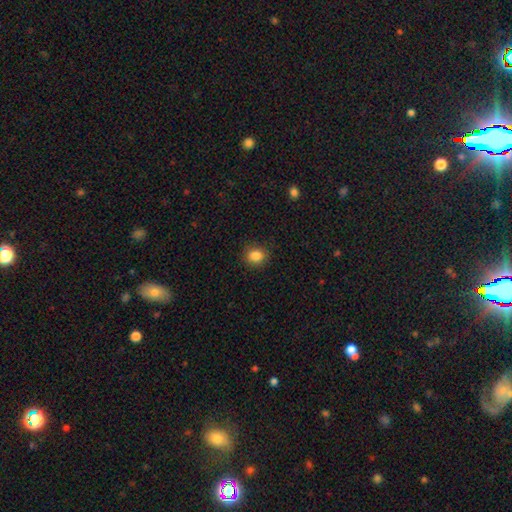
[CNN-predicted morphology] Q: Smooth or featured?
A: smooth (86%); runner-up: star or artifact (10%)
Q: How rounded?
A: round (70%); runner-up: in between (29%)
Q: Merging?
A: none (87%); runner-up: minor disturbance (9%)